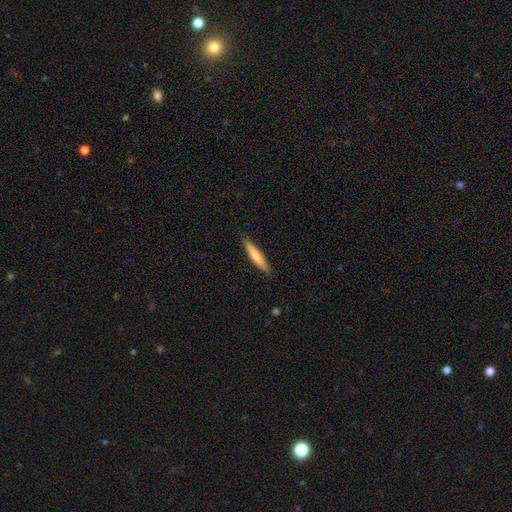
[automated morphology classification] type=smooth (73%); roundness=cigar-shaped (90%); merging=none (88%).